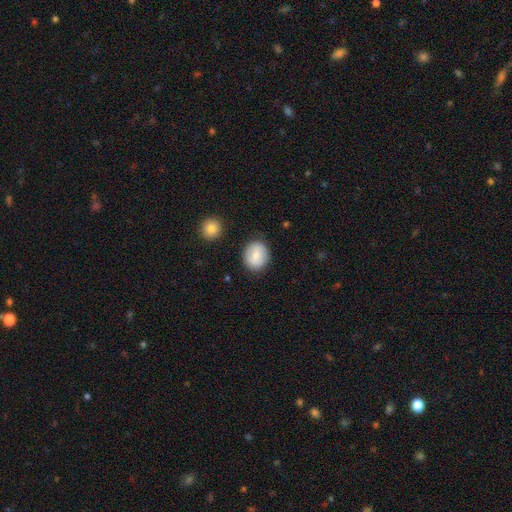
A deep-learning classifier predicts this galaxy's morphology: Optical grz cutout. It shows a smooth galaxy with no disk features (75%) that is round (76%). Merging: none (86%).